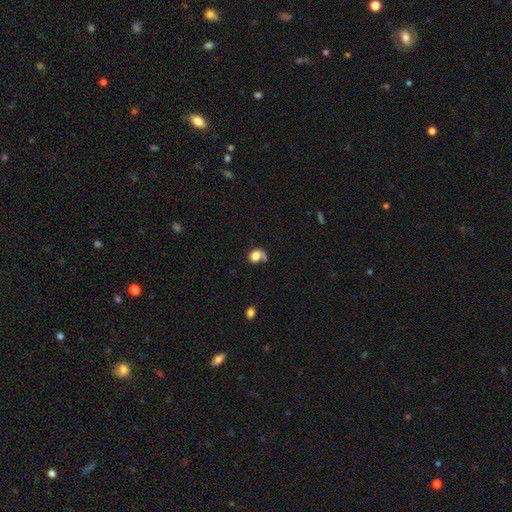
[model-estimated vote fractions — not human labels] smooth_or_featured: smooth (p=0.76) [alt: featured or disk p=0.15]
how_rounded: round (p=0.64) [alt: in between p=0.35]
merging: none (p=0.40) [alt: minor disturbance p=0.27]